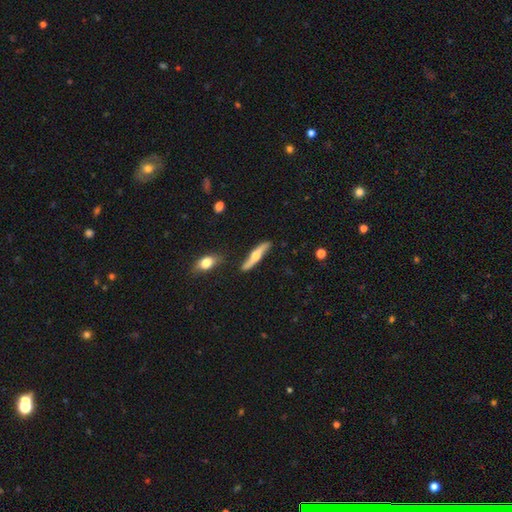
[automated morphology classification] This appears to be a featured or disk galaxy (65%) viewed edge-on (83%) with a rounded central bulge (93%). Merging: none (82%).